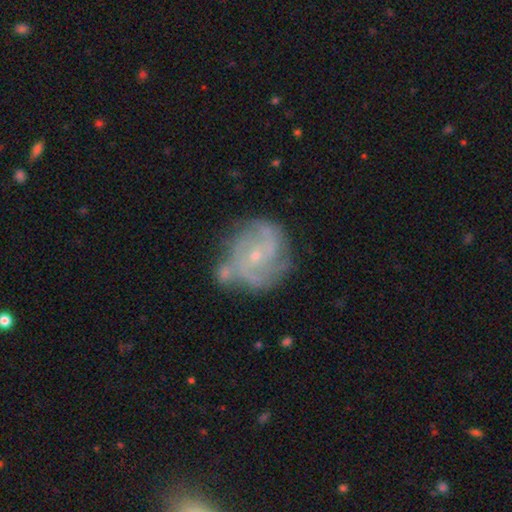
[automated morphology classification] featured or disk 81%, smooth 12%, star or artifact 8%. Down the decision tree: edge-on disk — no (98%); bar — no (64%); spiral arms — yes (91%); spiral arm count — can't tell (27%, tied with 3); spiral winding — tight (44%); bulge size — small (76%); merging — none (59%).